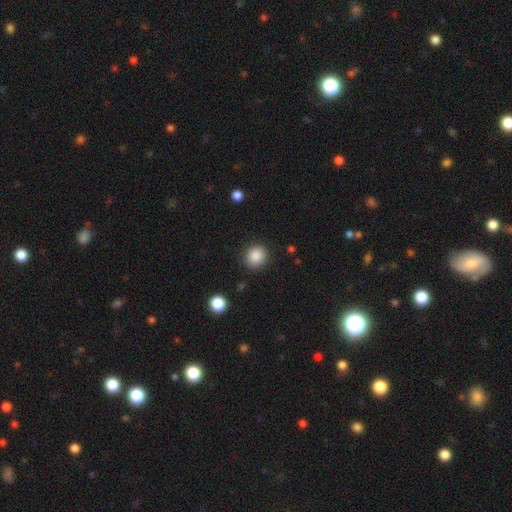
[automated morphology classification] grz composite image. It shows a smooth galaxy with no disk features (87%) that is round (83%). Merging: none (88%).